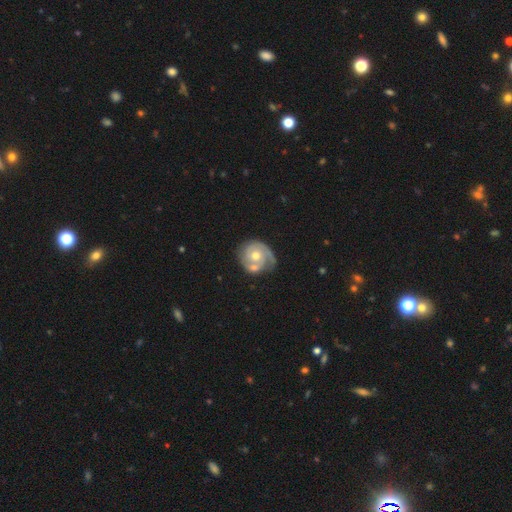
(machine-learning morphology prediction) featured or disk 79%, smooth 16%, star or artifact 5%. Down the decision tree: edge-on disk — no (98%); bar — no (78%); spiral arms — yes (90%); spiral arm count — 2 (49%); spiral winding — tight (64%); bulge size — moderate (72%); merging — none (49%).